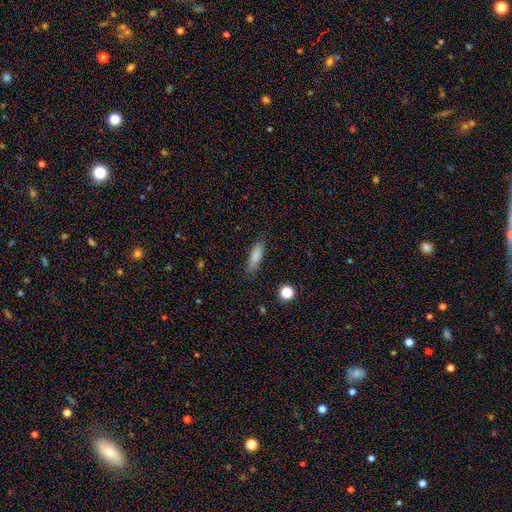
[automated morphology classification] smooth-or-featured: smooth: 84% | star or artifact: 8% | featured or disk: 8%
  how-rounded: cigar-shaped: 55% | in between: 43% | round: 2%
  merging: none: 84% | minor disturbance: 12% | major disturbance: 3% | merger: 1%